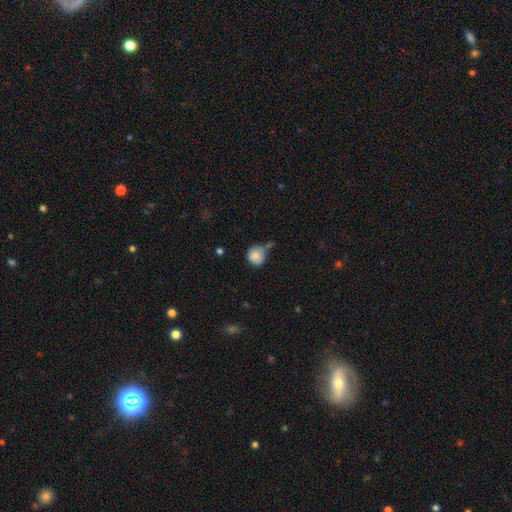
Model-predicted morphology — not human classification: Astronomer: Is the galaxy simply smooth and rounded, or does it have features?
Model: smooth — 84%.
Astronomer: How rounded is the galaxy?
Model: round — 89%.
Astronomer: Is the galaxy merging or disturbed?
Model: none — 54%.